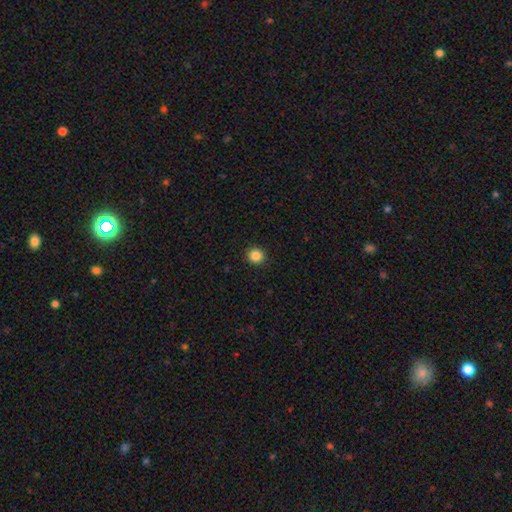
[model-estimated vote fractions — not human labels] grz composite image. It shows a smooth galaxy with no disk features (86%) that is round (92%). Merging: none (93%).